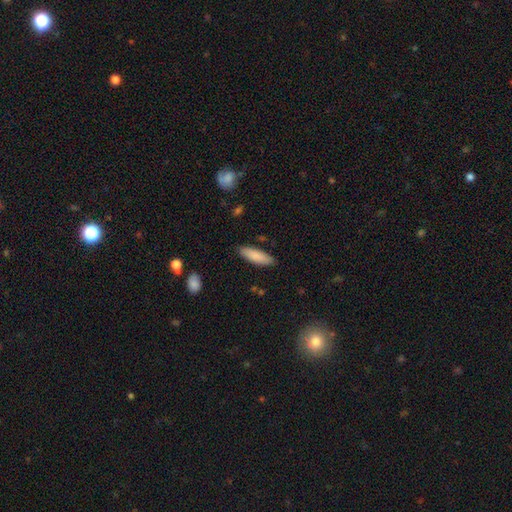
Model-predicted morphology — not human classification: Smooth or featured? smooth (86%)
How rounded? cigar-shaped (51%)
Merging? none (86%)